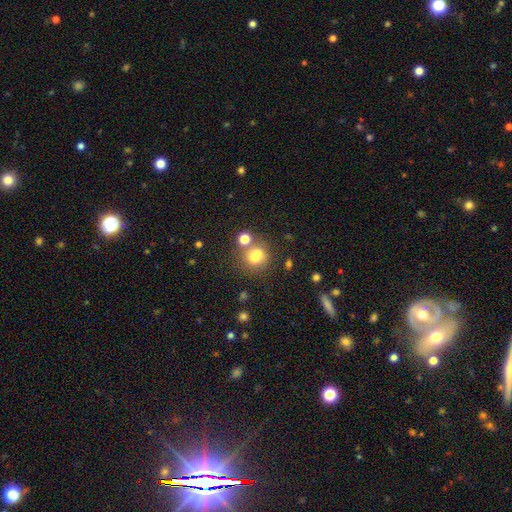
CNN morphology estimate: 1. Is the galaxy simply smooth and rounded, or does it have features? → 71% smooth, 15% star or artifact, 14% featured or disk.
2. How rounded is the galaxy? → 69% round, 29% in between, 1% cigar-shaped.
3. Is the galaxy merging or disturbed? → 47% none, 33% merger, 13% minor disturbance, 7% major disturbance.